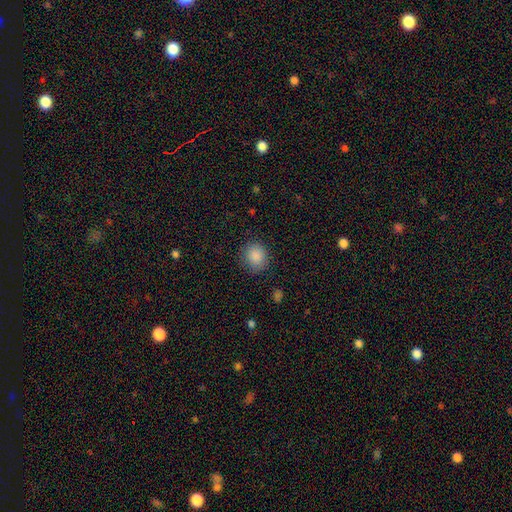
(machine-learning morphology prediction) This appears to be a smooth galaxy with no disk features (87%) that is round (82%). Merging: none (85%).